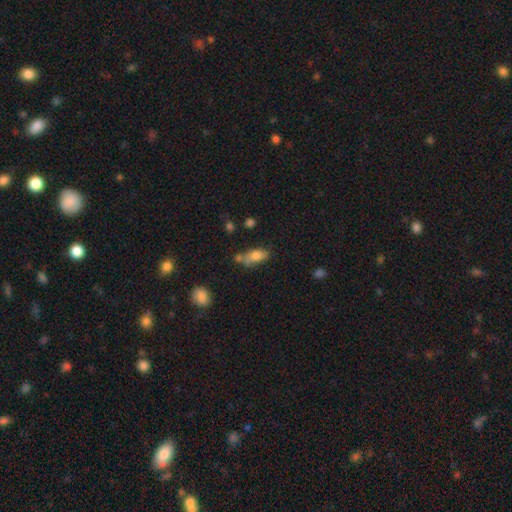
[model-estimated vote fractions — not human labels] Smooth or featured? Predicted: smooth (p=0.73). How rounded? Predicted: in between (p=0.81). Merging? Predicted: none (p=0.49).